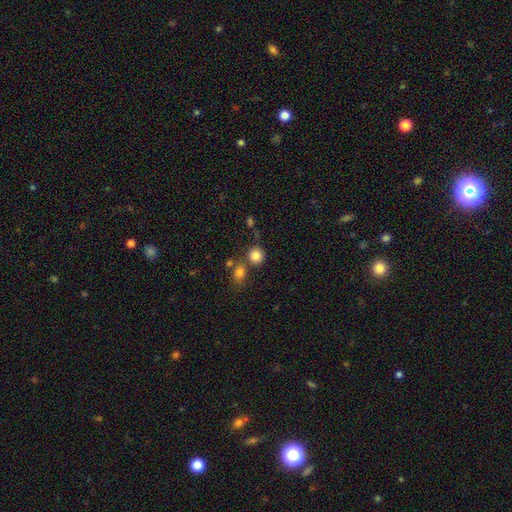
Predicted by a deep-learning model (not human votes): Smooth or featured? smooth (83%)
How rounded? round (89%)
Merging? none (71%)